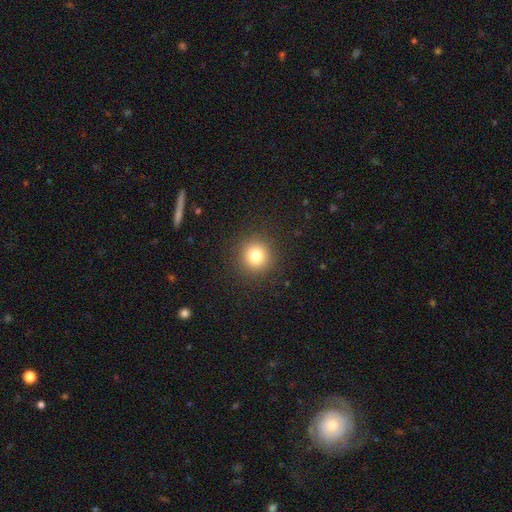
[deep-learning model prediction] Smooth or featured: smooth — 80% (star or artifact — 13%)
How rounded: round — 94% (in between — 5%)
Merging: none — 91% (minor disturbance — 6%)